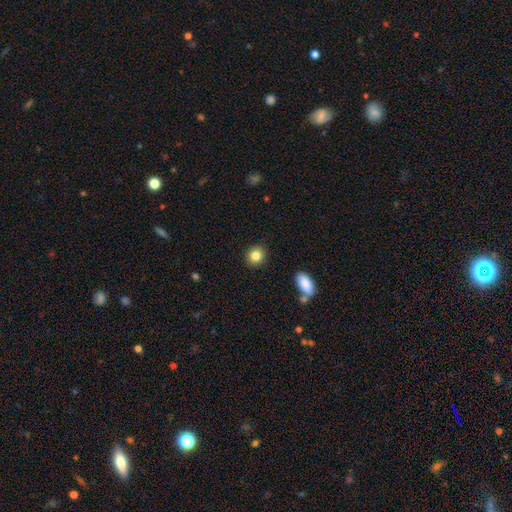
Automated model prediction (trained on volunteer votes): This appears to be a smooth galaxy with no disk features (85%) that is round (84%). Merging: none (90%).